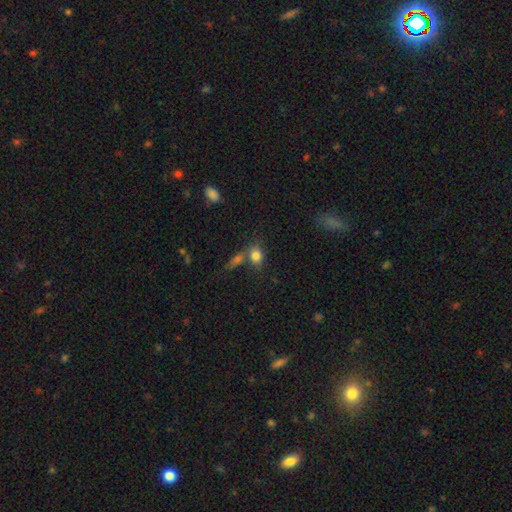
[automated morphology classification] This appears to be a smooth galaxy with no disk features (79%) that is in between round and cigar-shaped (65%). Merging: none (44%).